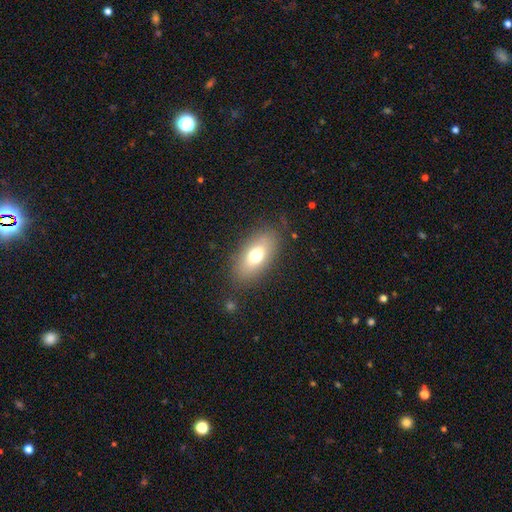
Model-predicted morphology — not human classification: Smooth or featured?
  - smooth: 70% *
  - featured or disk: 21%
  - star or artifact: 9%
How rounded?
  - in between: 87% *
  - cigar-shaped: 7%
  - round: 6%
Merging?
  - none: 81% *
  - minor disturbance: 12%
  - major disturbance: 5%
  - merger: 2%